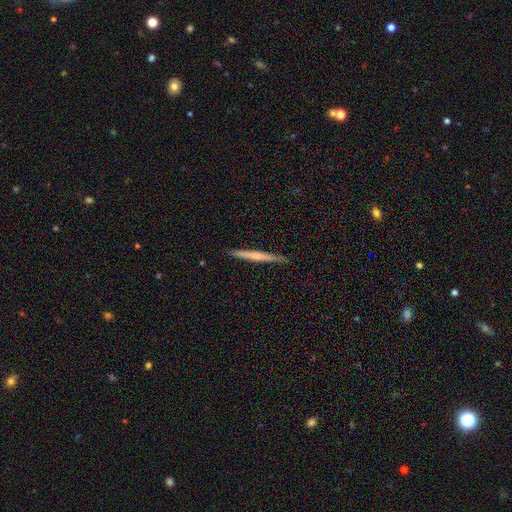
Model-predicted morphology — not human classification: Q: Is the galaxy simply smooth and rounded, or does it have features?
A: featured or disk — 49%.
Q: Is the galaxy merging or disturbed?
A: none — 91%.